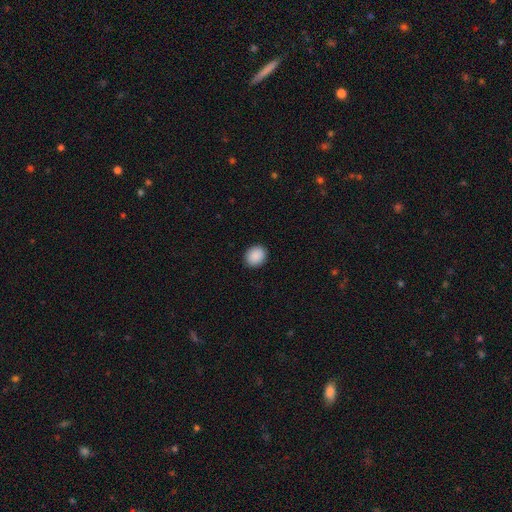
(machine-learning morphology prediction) Overall: smooth (90%). How rounded: round (64%; in between 36%). Merging: none (91%).